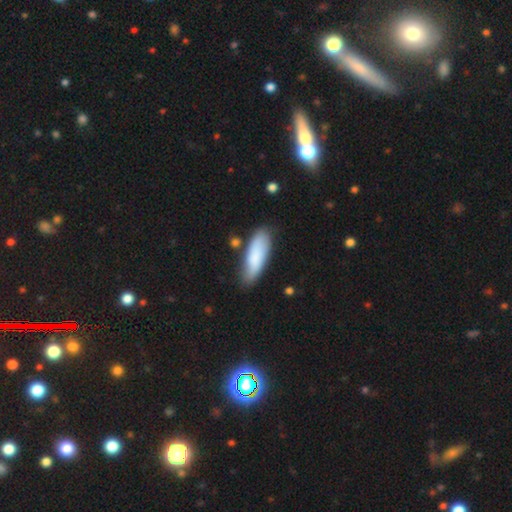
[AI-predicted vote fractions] Smooth or featured? smooth (81%)
How rounded? in between (57%)
Merging? none (75%)